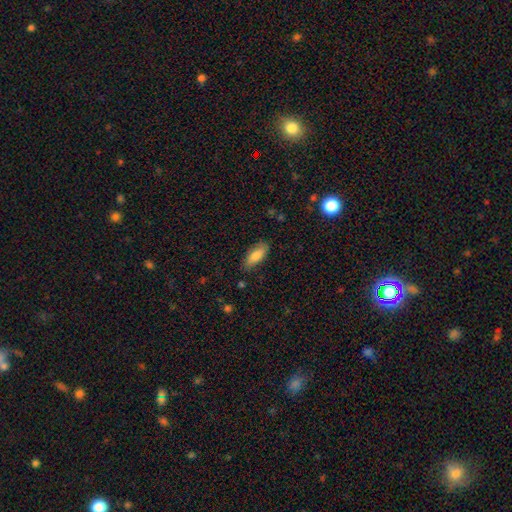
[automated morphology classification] Smooth or featured: smooth — 81% (featured or disk — 13%)
How rounded: in between — 78% (cigar-shaped — 20%)
Merging: none — 81% (minor disturbance — 14%)